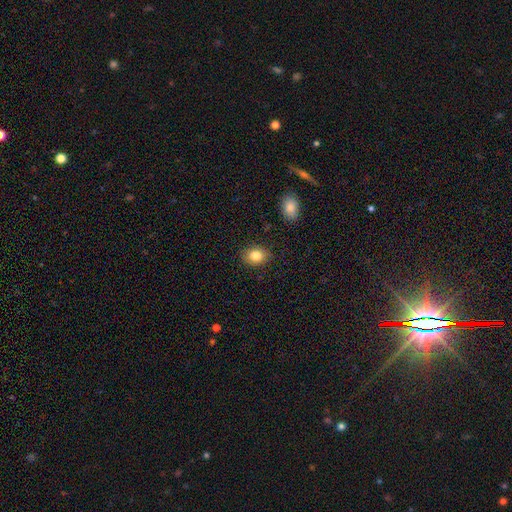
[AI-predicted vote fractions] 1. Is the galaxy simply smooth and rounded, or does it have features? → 83% smooth, 9% star or artifact, 8% featured or disk.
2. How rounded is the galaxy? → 59% in between, 40% round, 1% cigar-shaped.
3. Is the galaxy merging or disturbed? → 88% none, 9% minor disturbance, 2% major disturbance, 1% merger.